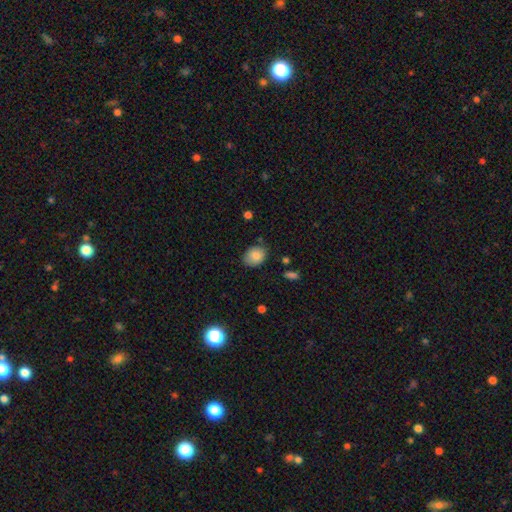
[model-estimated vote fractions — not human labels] This is clearly a smooth galaxy (83%). How rounded: likely in between (61%). Merging: likely none (77%).